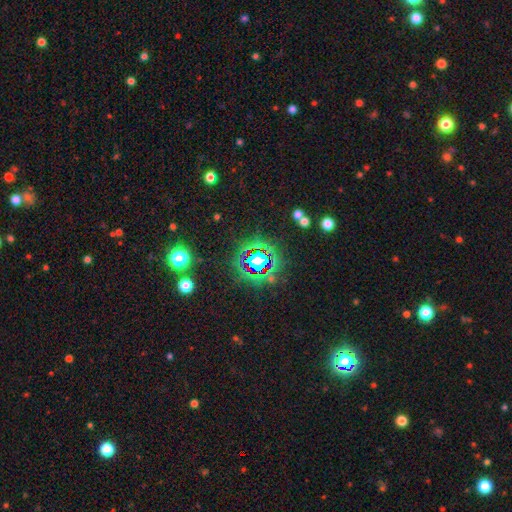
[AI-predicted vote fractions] smooth_or_featured: star or artifact (p=0.69) [alt: smooth p=0.19]